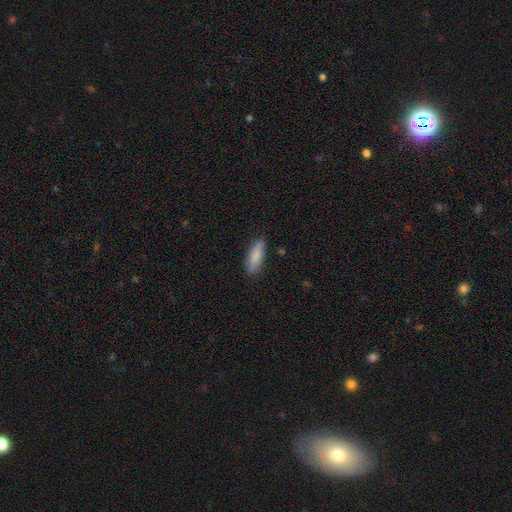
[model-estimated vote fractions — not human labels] A smooth galaxy with no disk features (87%) that is in between round and cigar-shaped (52%).

Vote fractions:
- Smooth or featured? smooth: 87% / featured or disk: 7% / star or artifact: 6%
- How rounded? in between: 52% / cigar-shaped: 46% / round: 2%
- Merging? none: 83% / minor disturbance: 14% / major disturbance: 2% / merger: 1%